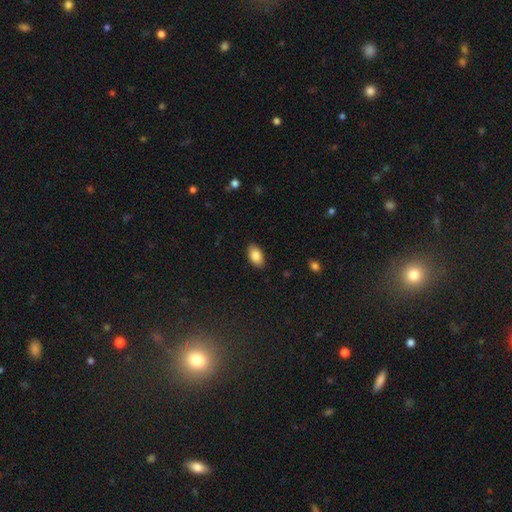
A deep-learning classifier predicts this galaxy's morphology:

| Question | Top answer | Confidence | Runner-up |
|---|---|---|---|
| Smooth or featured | smooth | 86% | star or artifact (7%) |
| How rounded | in between | 93% | round (5%) |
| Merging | none | 88% | minor disturbance (9%) |